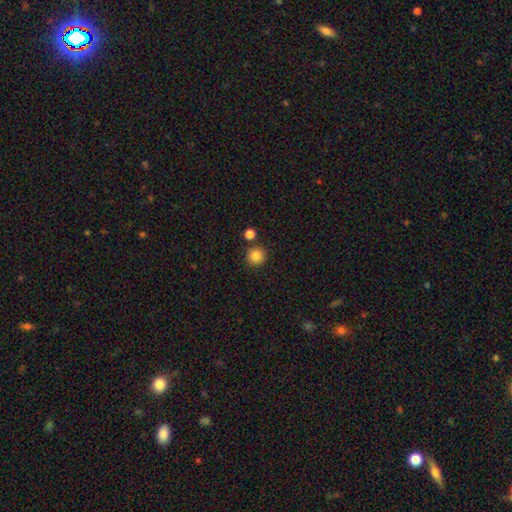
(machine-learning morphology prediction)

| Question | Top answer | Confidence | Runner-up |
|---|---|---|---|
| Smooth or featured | smooth | 85% | star or artifact (11%) |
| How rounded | round | 95% | in between (4%) |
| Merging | none | 85% | minor disturbance (6%) |